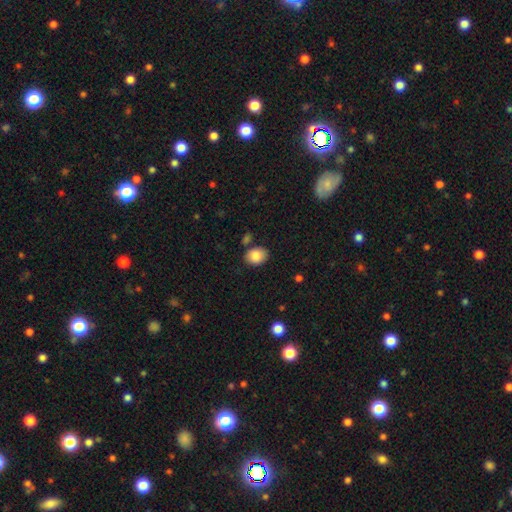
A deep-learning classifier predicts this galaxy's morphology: Smooth or featured? Predicted: smooth (p=0.87). How rounded? Predicted: in between (p=0.59). Merging? Predicted: none (p=0.76).